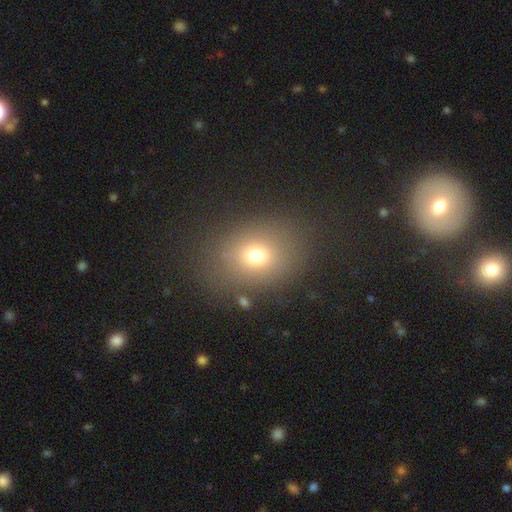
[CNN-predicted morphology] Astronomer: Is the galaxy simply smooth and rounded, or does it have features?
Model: smooth — 71%.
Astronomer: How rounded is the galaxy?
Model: in between — 51% (runner-up: round, 48%).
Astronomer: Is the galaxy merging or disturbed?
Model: none — 77%.